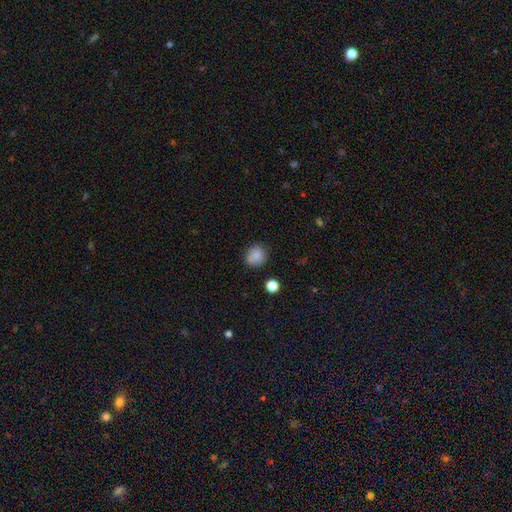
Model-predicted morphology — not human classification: Smooth or featured? Predicted: smooth (p=0.84). How rounded? Predicted: round (p=0.83). Merging? Predicted: none (p=0.77).